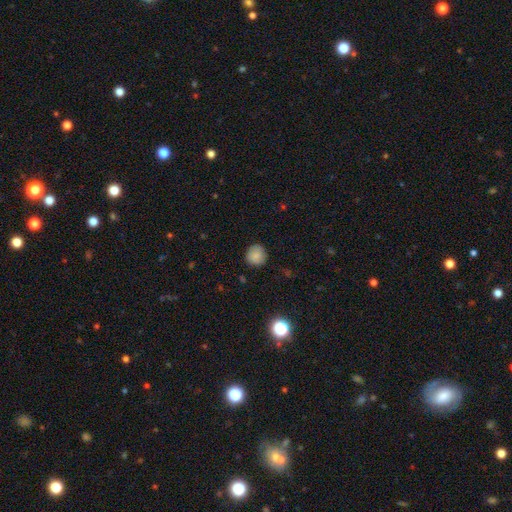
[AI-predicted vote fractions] Morphology: type=smooth (84%); roundness=round (92%); merging=none (87%).